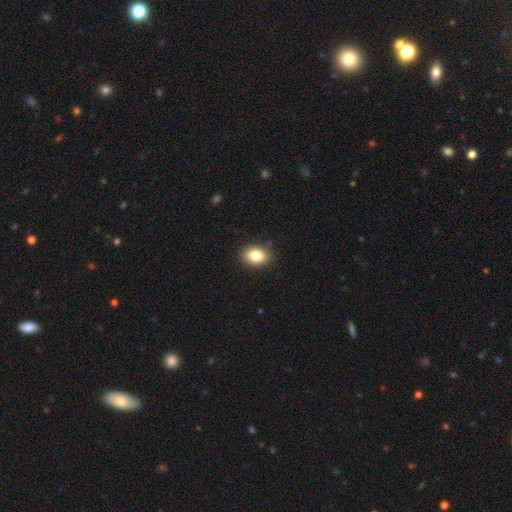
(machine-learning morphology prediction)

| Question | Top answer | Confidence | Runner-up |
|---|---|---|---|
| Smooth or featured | smooth | 84% | star or artifact (9%) |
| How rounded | in between | 73% | round (26%) |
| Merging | none | 88% | minor disturbance (9%) |